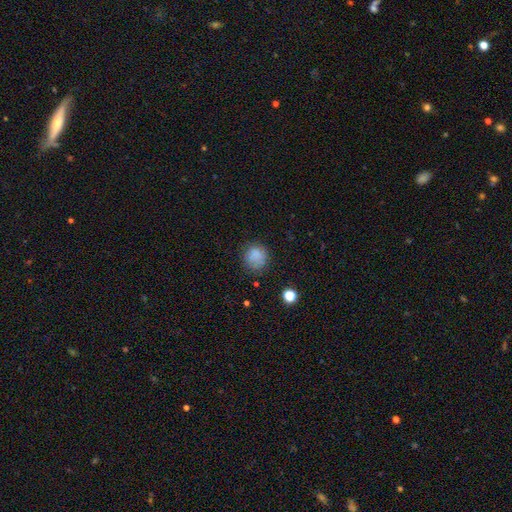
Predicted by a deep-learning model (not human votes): Overall: smooth (80%). How rounded: round (86%). Merging: none (73%).